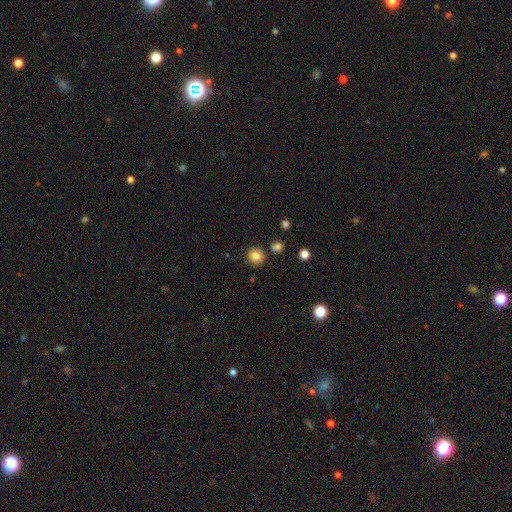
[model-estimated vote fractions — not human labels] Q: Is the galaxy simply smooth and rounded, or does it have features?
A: smooth — 84%.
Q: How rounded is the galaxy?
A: round — 90%.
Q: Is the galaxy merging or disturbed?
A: none — 85%.